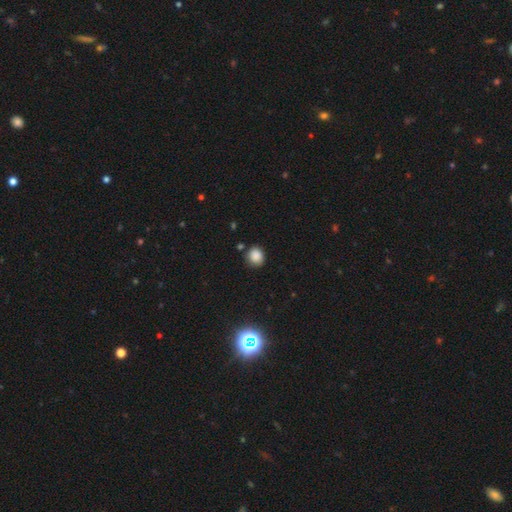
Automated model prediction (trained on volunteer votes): This is clearly a smooth galaxy (86%). How rounded: likely round (75%). Merging: likely none (79%).